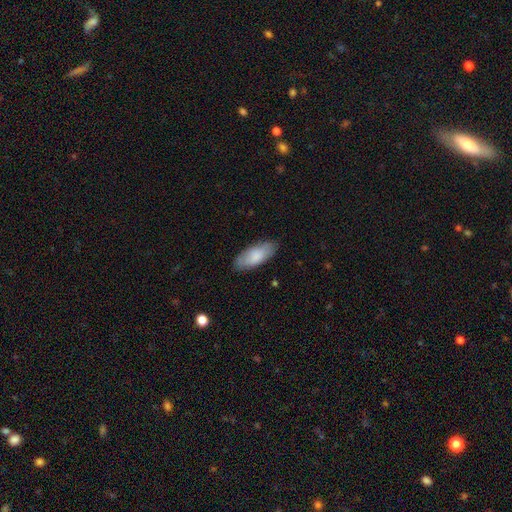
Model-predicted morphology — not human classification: Smooth or featured: smooth — 81% (featured or disk — 14%)
How rounded: in between — 82% (cigar-shaped — 17%)
Merging: none — 82% (minor disturbance — 14%)